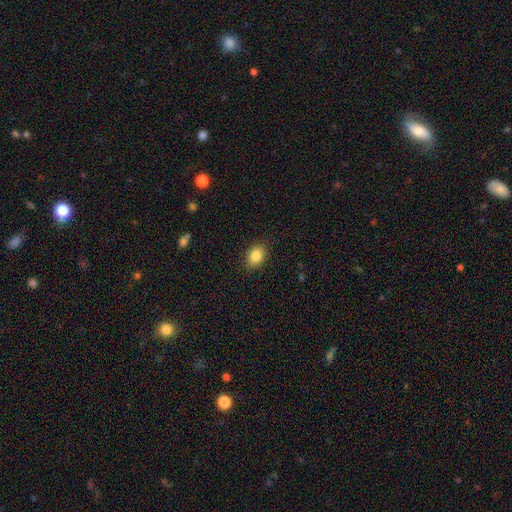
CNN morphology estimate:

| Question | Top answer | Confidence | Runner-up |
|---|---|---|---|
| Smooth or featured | smooth | 84% | star or artifact (9%) |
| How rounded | in between | 69% | round (30%) |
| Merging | none | 88% | minor disturbance (9%) |